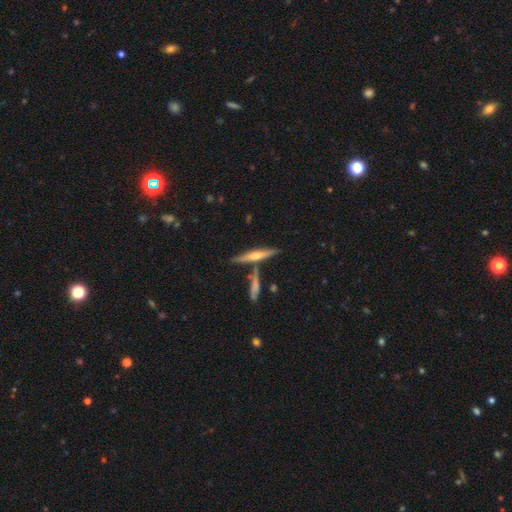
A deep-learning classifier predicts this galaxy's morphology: Smooth or featured? Predicted: featured or disk (p=0.58). Edge-on disk? Predicted: yes (p=0.95). Edge-on bulge? Predicted: rounded (p=0.77). Merging? Predicted: none (p=0.70).